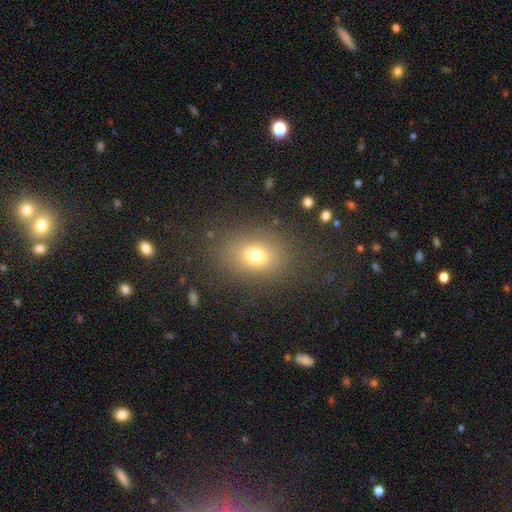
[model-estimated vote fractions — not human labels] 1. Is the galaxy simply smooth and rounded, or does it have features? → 72% smooth, 15% star or artifact, 12% featured or disk.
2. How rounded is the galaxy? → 64% in between, 35% round, 2% cigar-shaped.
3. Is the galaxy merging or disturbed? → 81% none, 11% minor disturbance, 7% major disturbance, 2% merger.